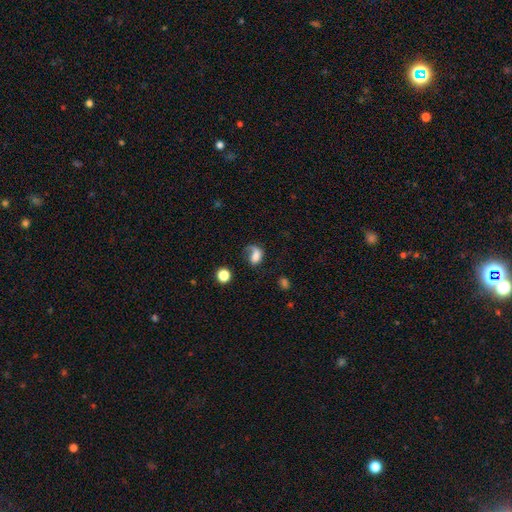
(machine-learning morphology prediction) Smooth or featured? Predicted: smooth (p=0.54). How rounded? Predicted: in between (p=0.71). Merging? Predicted: major disturbance (p=0.38).